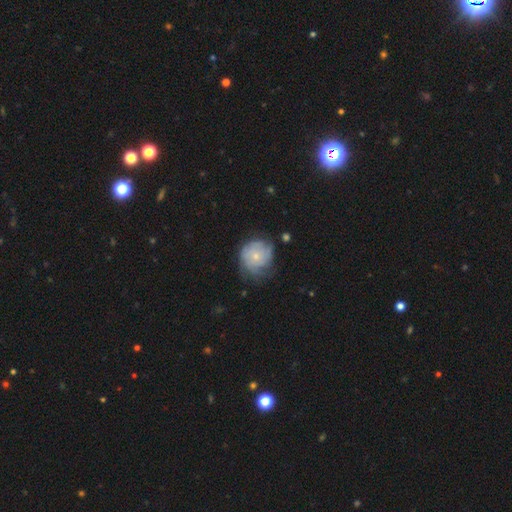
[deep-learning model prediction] Smooth or featured? Predicted: featured or disk (p=0.52). Edge-on disk? Predicted: no (p=0.98). Bar? Predicted: no (p=0.85). Spiral arms? Predicted: yes (p=0.77). Bulge size? Predicted: small (p=0.69). Merging? Predicted: none (p=0.54).